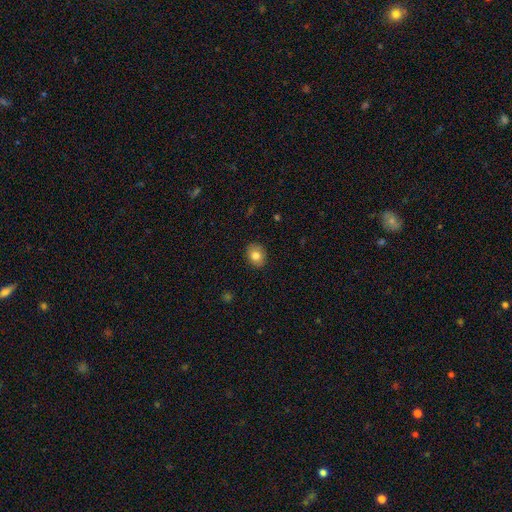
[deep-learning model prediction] Smooth or featured: smooth — 81% (featured or disk — 10%)
How rounded: round — 56% (in between — 43%)
Merging: none — 87% (minor disturbance — 10%)